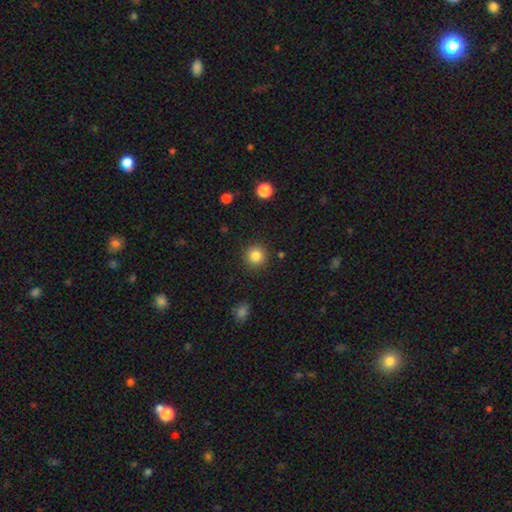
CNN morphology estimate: A smooth galaxy with no disk features (85%) that is round (94%). Merging: none (90%).